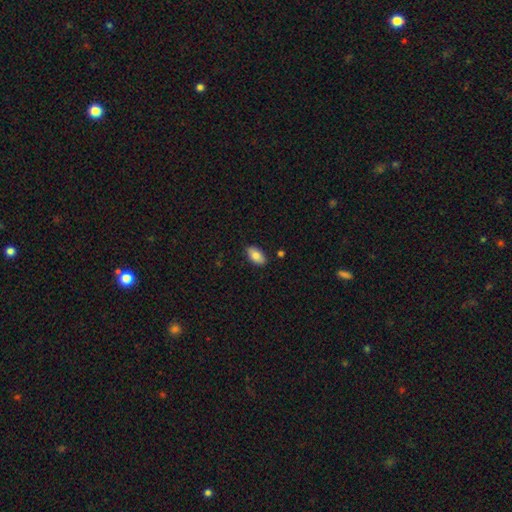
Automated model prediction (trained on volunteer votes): A smooth galaxy with no disk features (81%) that is in between round and cigar-shaped (93%). Merging: none (86%).